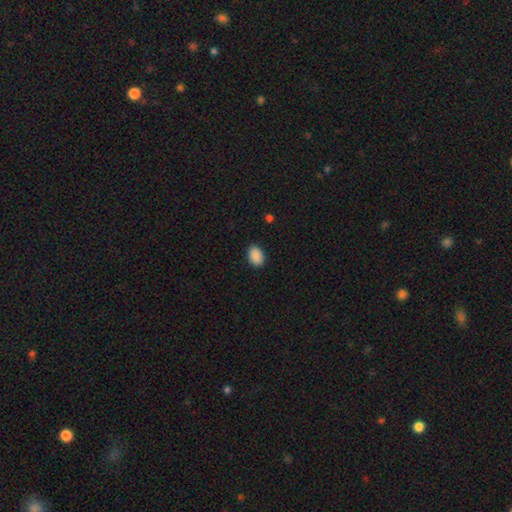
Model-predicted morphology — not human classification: This appears to be a smooth galaxy with no disk features (90%) that is in between round and cigar-shaped (80%). Merging: none (89%).